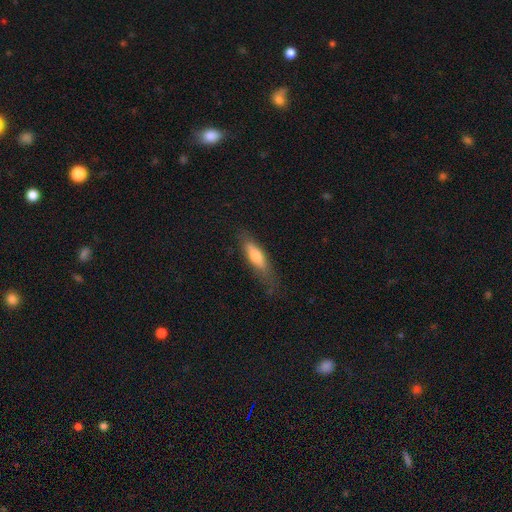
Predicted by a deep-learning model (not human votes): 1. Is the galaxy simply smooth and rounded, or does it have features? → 65% smooth, 29% featured or disk, 6% star or artifact.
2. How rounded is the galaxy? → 63% cigar-shaped, 35% in between, 2% round.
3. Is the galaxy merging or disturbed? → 75% none, 19% minor disturbance, 5% major disturbance, 1% merger.